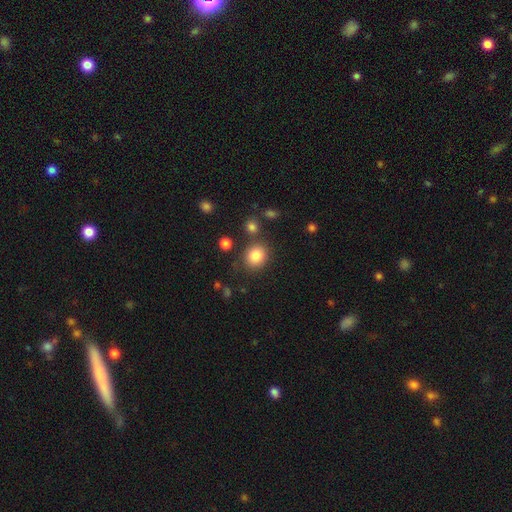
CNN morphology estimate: smooth 84%, star or artifact 10%, featured or disk 6%. Down the decision tree: how rounded — round (78%); merging — none (79%).